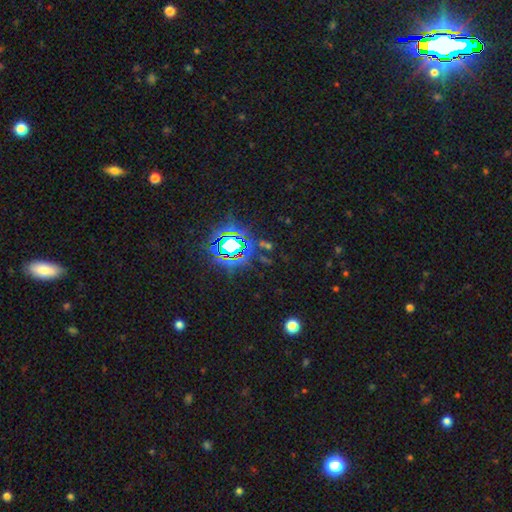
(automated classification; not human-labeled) A star or artifact, not a galaxy (81%).

Vote fractions:
- Smooth or featured? star or artifact: 81% / smooth: 11% / featured or disk: 7%